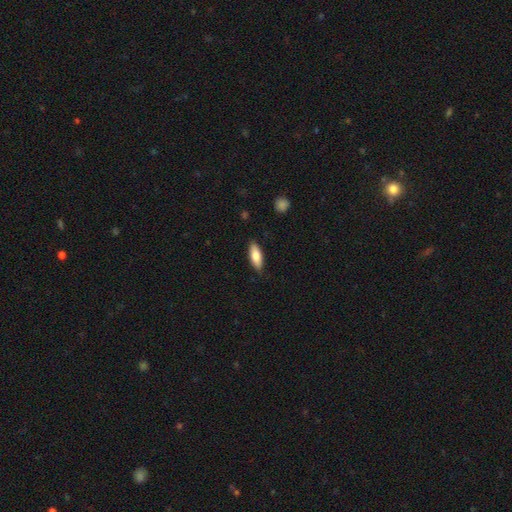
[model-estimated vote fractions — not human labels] smooth-or-featured: smooth: 81% | featured or disk: 14% | star or artifact: 6%
  how-rounded: in between: 68% | cigar-shaped: 30% | round: 2%
  merging: none: 86% | minor disturbance: 11% | major disturbance: 2% | merger: 1%